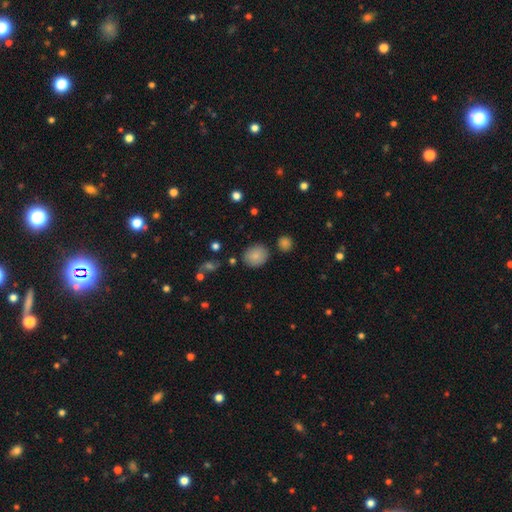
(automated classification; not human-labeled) This is clearly a smooth galaxy (85%). How rounded: likely round (65%). Merging: clearly none (82%).